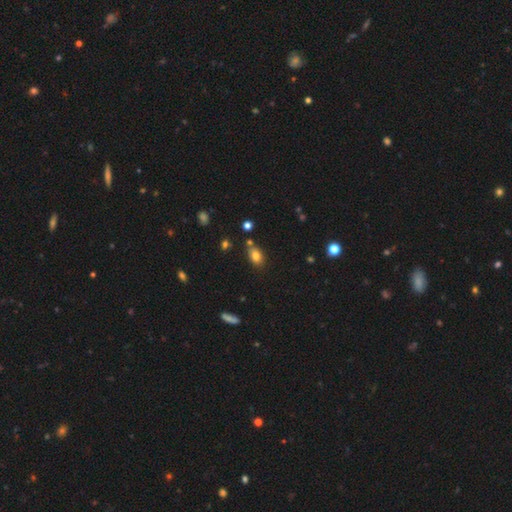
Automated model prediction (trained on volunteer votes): This appears to be a smooth galaxy with no disk features (79%) that is in between round and cigar-shaped (78%). Merging: none (72%).